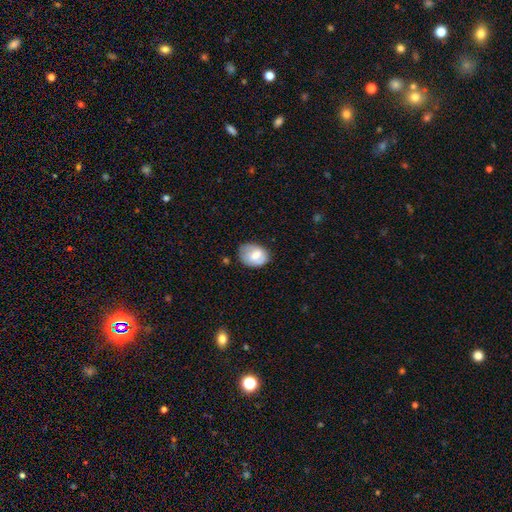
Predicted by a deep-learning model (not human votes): Smooth or featured? smooth (70%)
How rounded? in between (73%)
Merging? none (63%)